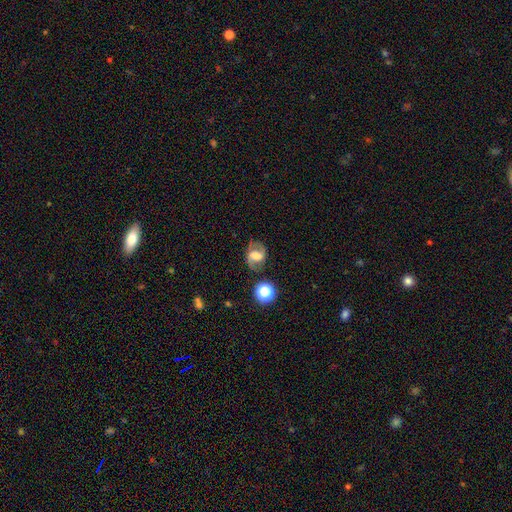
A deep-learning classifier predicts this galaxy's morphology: This is likely a featured or disk galaxy (61%). It is clearly not viewed edge-on (96%). Bar: marginally weak (42%). Spiral arm pattern: clearly yes (82%). Central bulge: marginally moderate (39%). Merging: likely none (74%).